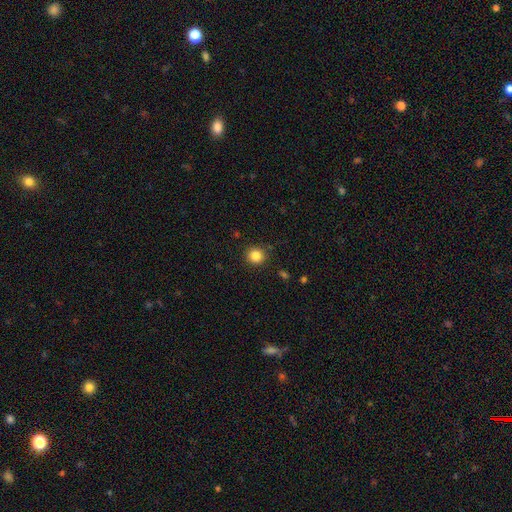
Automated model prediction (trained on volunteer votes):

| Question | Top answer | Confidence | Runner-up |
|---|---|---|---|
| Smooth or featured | smooth | 85% | star or artifact (11%) |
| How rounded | round | 91% | in between (8%) |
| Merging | none | 89% | minor disturbance (7%) |